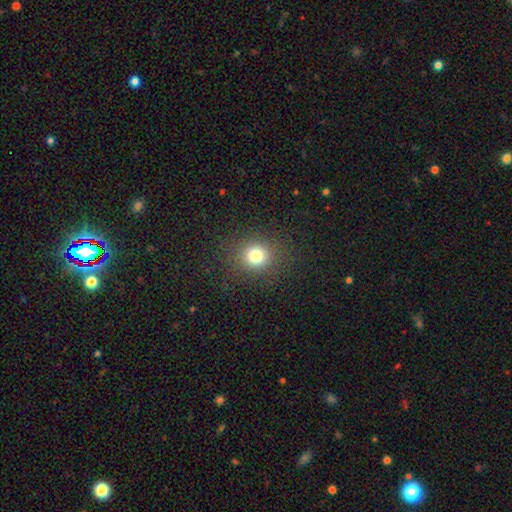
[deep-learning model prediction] Q: Smooth or featured?
A: smooth (77%); runner-up: star or artifact (16%)
Q: How rounded?
A: round (84%); runner-up: in between (15%)
Q: Merging?
A: none (88%); runner-up: minor disturbance (7%)